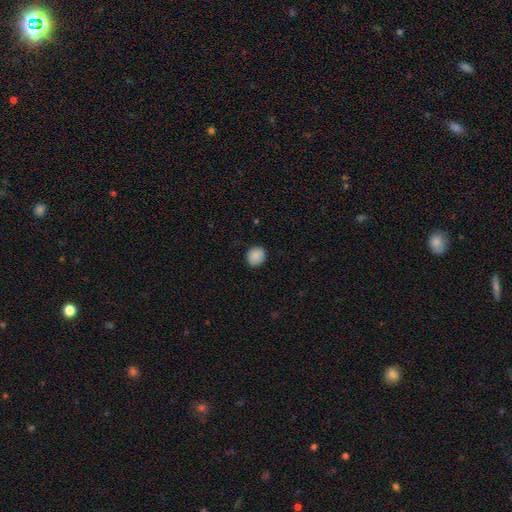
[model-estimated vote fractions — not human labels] A smooth galaxy with no disk features (88%) that is round (82%).

Vote fractions:
- Smooth or featured? smooth: 88% / star or artifact: 8% / featured or disk: 4%
- How rounded? round: 82% / in between: 17% / cigar-shaped: 1%
- Merging? none: 86% / minor disturbance: 11% / major disturbance: 2% / merger: 1%